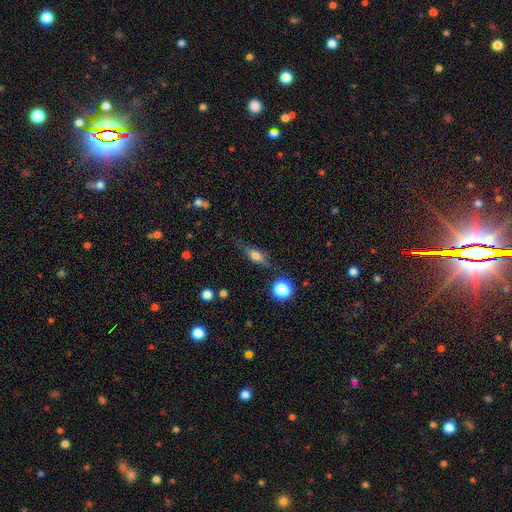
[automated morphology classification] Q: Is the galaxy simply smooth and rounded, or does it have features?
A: smooth — 62%.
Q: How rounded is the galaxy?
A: in between — 57%.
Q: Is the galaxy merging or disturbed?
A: none — 74%.